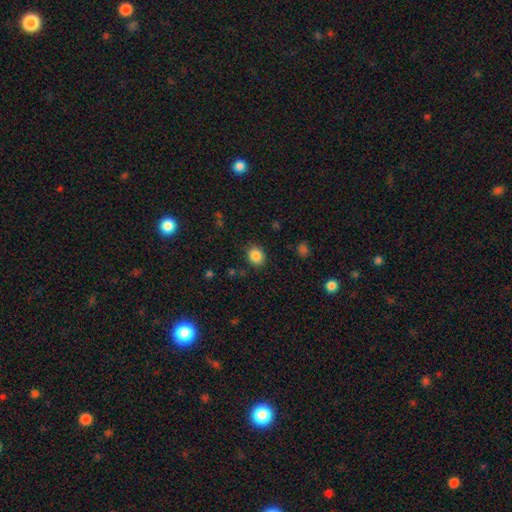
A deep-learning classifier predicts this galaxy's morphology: A smooth galaxy with no disk features (86%) that is round (67%).

Vote fractions:
- Smooth or featured? smooth: 86% / star or artifact: 10% / featured or disk: 4%
- How rounded? round: 67% / in between: 32% / cigar-shaped: 1%
- Merging? none: 86% / minor disturbance: 9% / major disturbance: 3% / merger: 1%